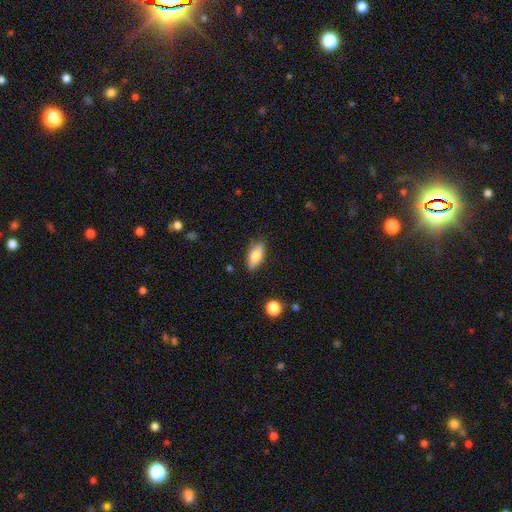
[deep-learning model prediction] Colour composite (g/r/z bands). It shows a smooth galaxy with no disk features (76%) that is in between round and cigar-shaped (83%). Merging: none (83%).